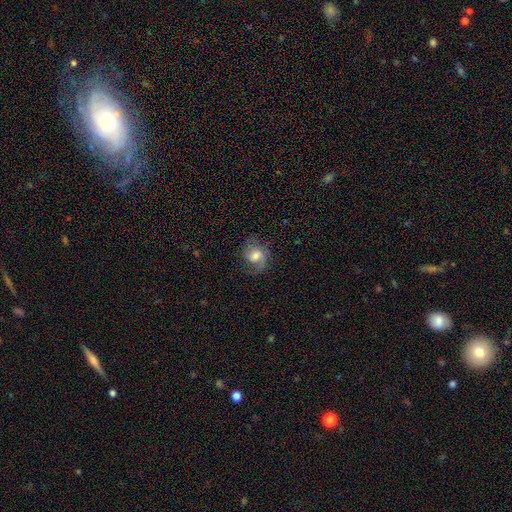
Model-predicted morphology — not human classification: Smooth or featured? Predicted: featured or disk (p=0.56). Edge-on disk? Predicted: no (p=0.97). Bar? Predicted: no (p=0.58). Spiral arms? Predicted: yes (p=0.88). Bulge size? Predicted: moderate (p=0.50). Merging? Predicted: none (p=0.60).